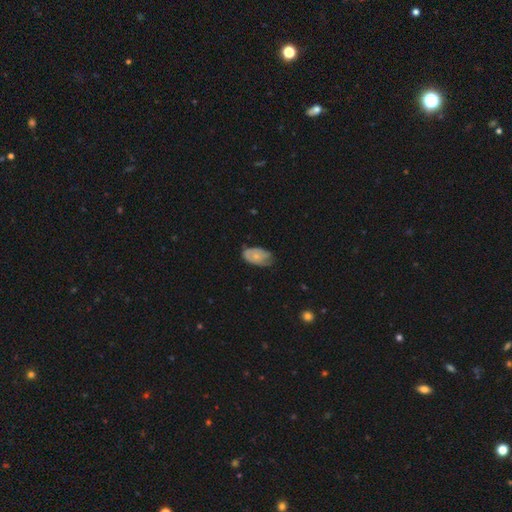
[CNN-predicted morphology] Q: Smooth or featured?
A: smooth (54%); runner-up: featured or disk (40%)
Q: How rounded?
A: in between (91%); runner-up: round (7%)
Q: Merging?
A: none (56%); runner-up: minor disturbance (34%)